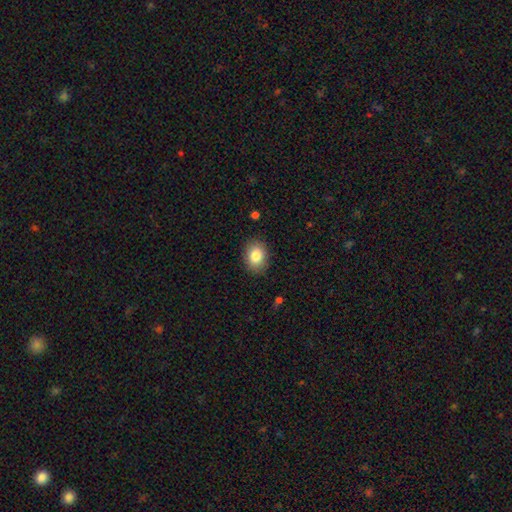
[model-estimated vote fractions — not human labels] Smooth or featured: smooth — 84% (star or artifact — 8%)
How rounded: in between — 66% (round — 33%)
Merging: none — 88% (minor disturbance — 9%)